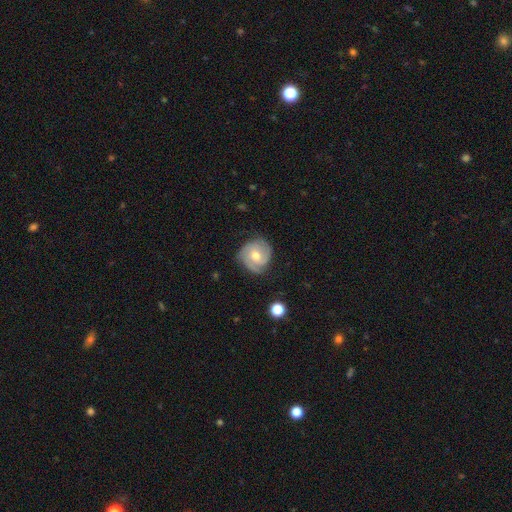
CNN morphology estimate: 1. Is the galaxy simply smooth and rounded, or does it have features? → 68% featured or disk, 26% smooth, 6% star or artifact.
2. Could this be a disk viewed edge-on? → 97% no, 3% yes.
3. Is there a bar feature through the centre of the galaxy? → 66% no, 29% weak, 6% strong.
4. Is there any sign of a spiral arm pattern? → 91% yes, 9% no.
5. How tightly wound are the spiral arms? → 56% tight, 34% medium, 11% loose.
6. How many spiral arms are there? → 42% 2, 26% 3, 19% can't tell, 7% 1, 4% 4, 3% more than 4.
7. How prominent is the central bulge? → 70% moderate, 25% small, 3% large, 1% none, 1% dominant.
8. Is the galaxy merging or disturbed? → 72% none, 20% minor disturbance, 6% major disturbance, 1% merger.